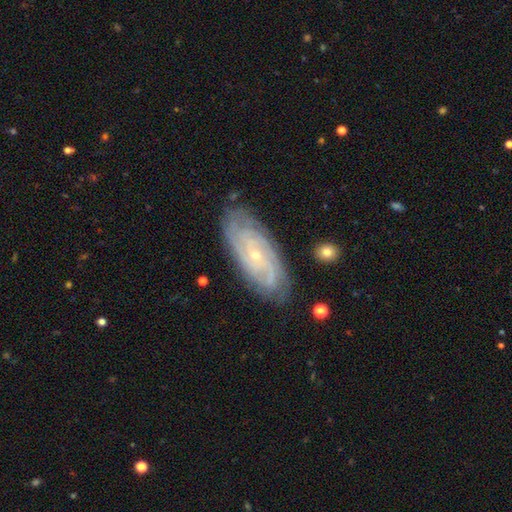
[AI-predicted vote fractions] Overall: featured or disk (85%). Edge-on disk: no (93%). Bar: no (72%). Spiral arms: yes (96%). Spiral arm count: can't tell (30%; 4 22%). Spiral winding: tight (74%). Bulge size: small (82%). Merging: none (81%).